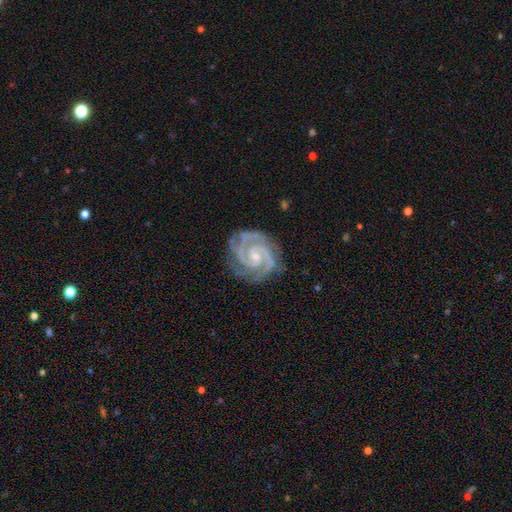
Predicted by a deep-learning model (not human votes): This is clearly a featured or disk galaxy (94%). It is clearly not viewed edge-on (98%). Bar: possibly no (58%). Spiral arm pattern: clearly yes (99%). Spiral arm count: possibly 2 (57%). Spiral winding: likely tight (71%). Central bulge: likely small (68%). Merging: likely none (78%).